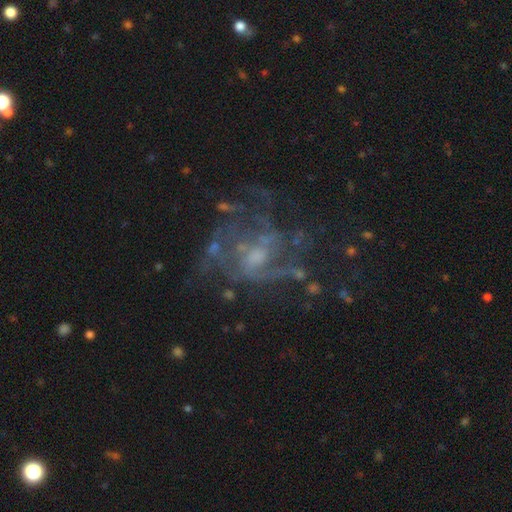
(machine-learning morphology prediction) Smooth or featured? featured or disk (77%)
Edge-on disk? no (97%)
Bar? no (59%)
Spiral arms? yes (73%)
Spiral winding? medium (44%)
Spiral arm count? can't tell (41%)
Bulge size? moderate (40%)
Merging? none (49%)